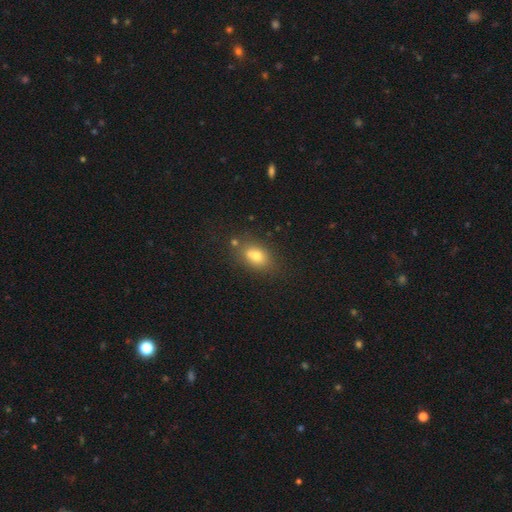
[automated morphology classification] This appears to be a smooth galaxy with no disk features (72%) that is in between round and cigar-shaped (78%). Merging: none (62%).